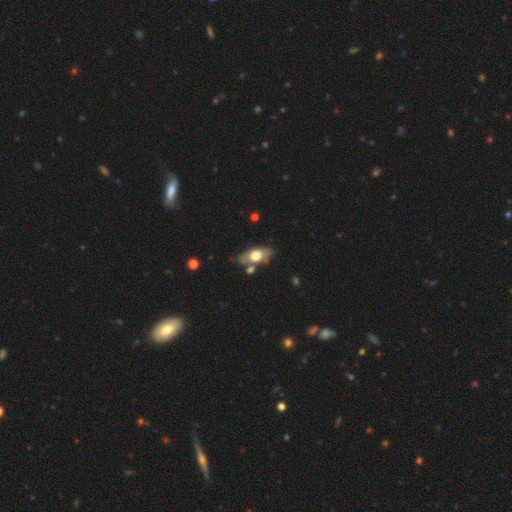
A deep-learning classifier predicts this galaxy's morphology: A smooth galaxy with no disk features (52%) that is in between round and cigar-shaped (83%).

Vote fractions:
- Smooth or featured? smooth: 52% / featured or disk: 41% / star or artifact: 6%
- How rounded? in between: 83% / cigar-shaped: 10% / round: 7%
- Merging? none: 64% / minor disturbance: 21% / merger: 10% / major disturbance: 6%